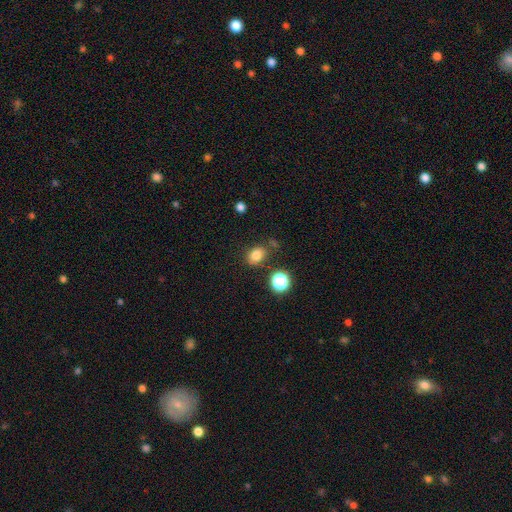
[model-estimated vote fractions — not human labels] Smooth or featured? smooth (80%)
How rounded? in between (62%)
Merging? none (76%)